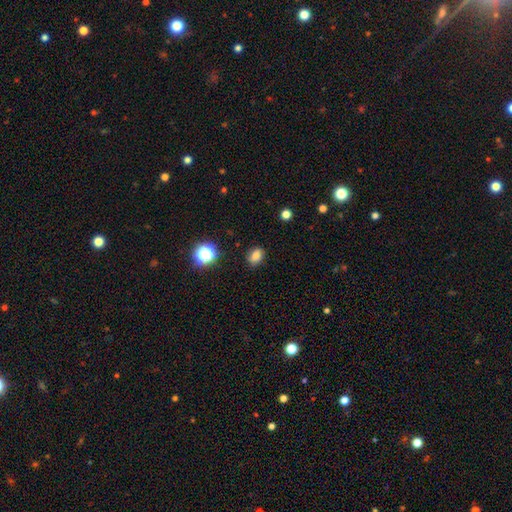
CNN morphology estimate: Overall: smooth (79%). How rounded: in between (59%; round 40%). Merging: none (84%).